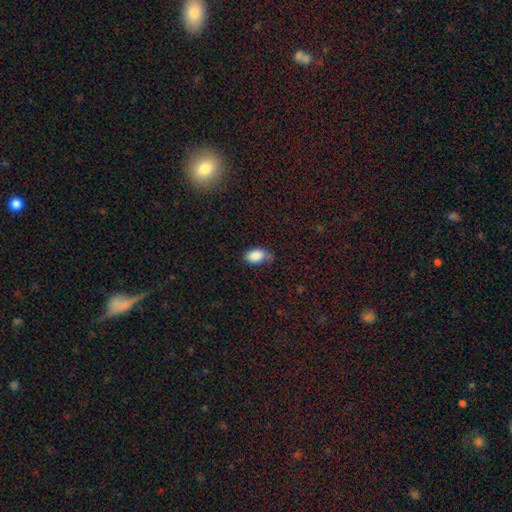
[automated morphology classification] Smooth or featured: smooth — 87% (star or artifact — 8%)
How rounded: in between — 91% (round — 7%)
Merging: none — 56% (minor disturbance — 33%)